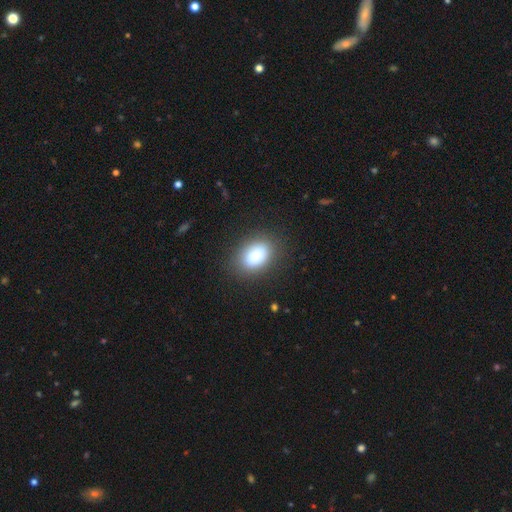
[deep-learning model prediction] This appears to be a smooth galaxy with no disk features (84%) that is in between round and cigar-shaped (79%). Merging: none (82%).